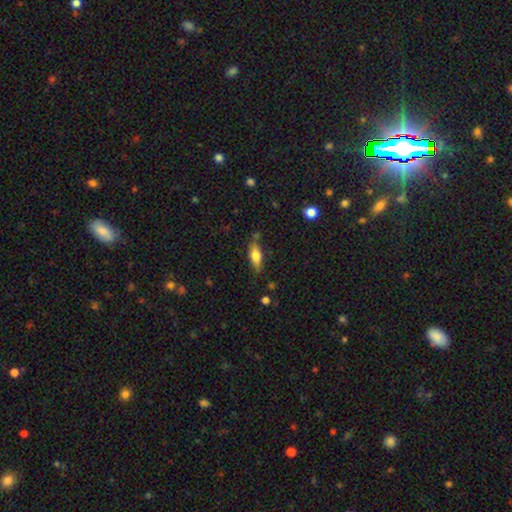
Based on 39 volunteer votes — Smooth or featured? smooth (59%)
How rounded? in between (48%, tied with cigar-shaped)
Merging? none (74%)